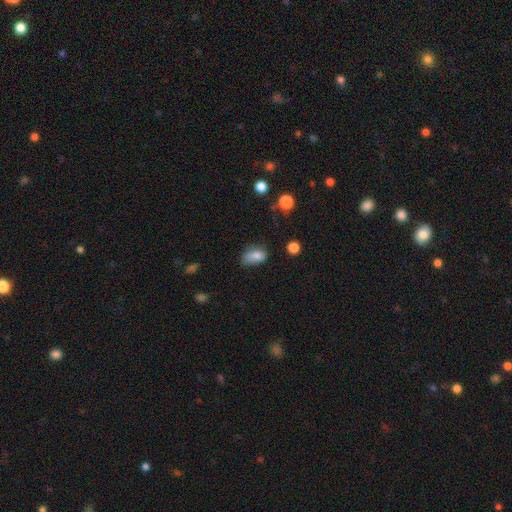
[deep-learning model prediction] Smooth or featured? Predicted: smooth (p=0.80). How rounded? Predicted: in between (p=0.85). Merging? Predicted: none (p=0.42).